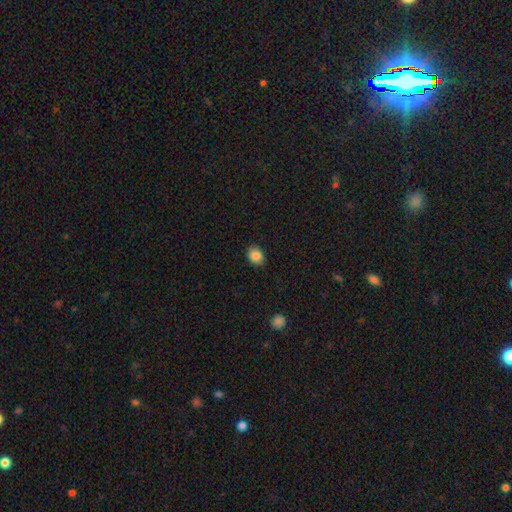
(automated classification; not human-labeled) The model was most divided on "how rounded": in between: 51%, round: 48%, cigar-shaped: 1%. More confident: smooth or featured — smooth (87%); merging — none (87%).